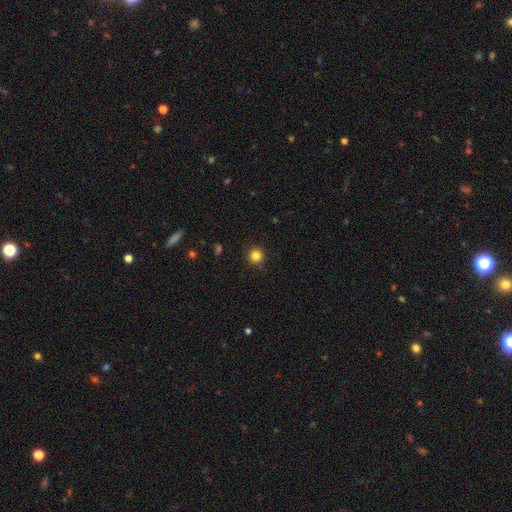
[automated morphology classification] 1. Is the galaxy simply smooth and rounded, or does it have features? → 83% smooth, 12% star or artifact, 4% featured or disk.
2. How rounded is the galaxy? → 95% round, 4% in between, 1% cigar-shaped.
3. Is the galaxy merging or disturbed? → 91% none, 6% minor disturbance, 2% major disturbance, 1% merger.